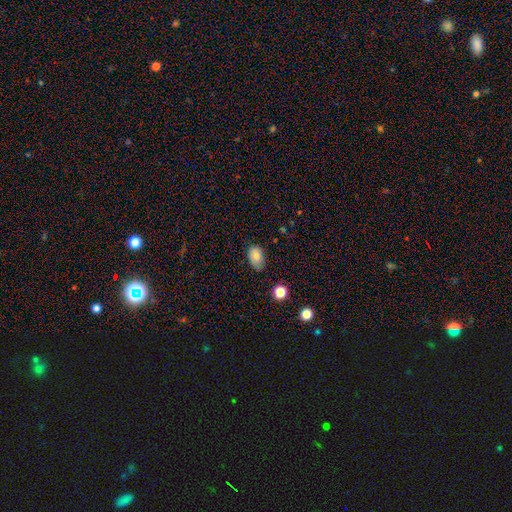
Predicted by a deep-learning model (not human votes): The model was most divided on "merging": none: 67%, minor disturbance: 27%, major disturbance: 5%, merger: 2%. More confident: how rounded — in between (86%); smooth or featured — smooth (83%).